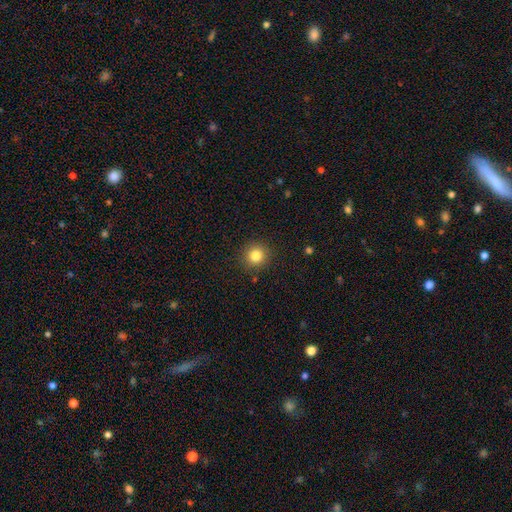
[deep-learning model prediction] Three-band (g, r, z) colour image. It shows a smooth galaxy with no disk features (82%) that is round (93%). Merging: none (90%).